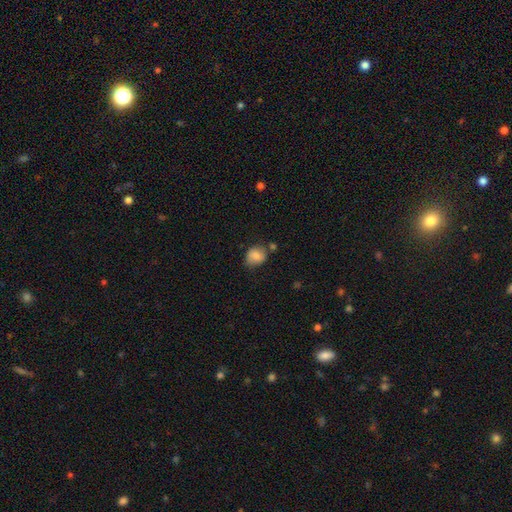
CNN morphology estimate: smooth 80%, featured or disk 11%, star or artifact 9%. Down the decision tree: how rounded — round (58%); merging — none (64%).